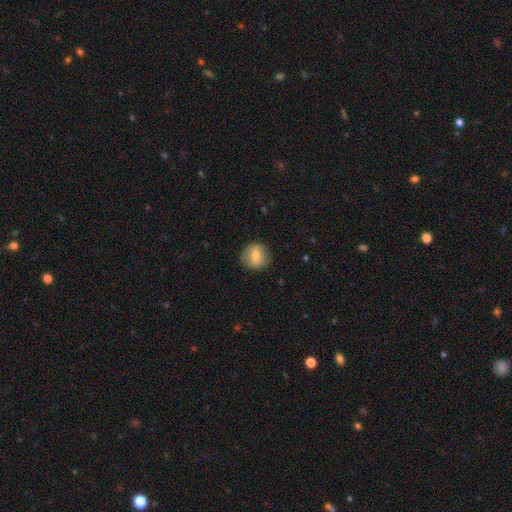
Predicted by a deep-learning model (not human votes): Overall: smooth (67%). How rounded: round (87%). Merging: none (87%).